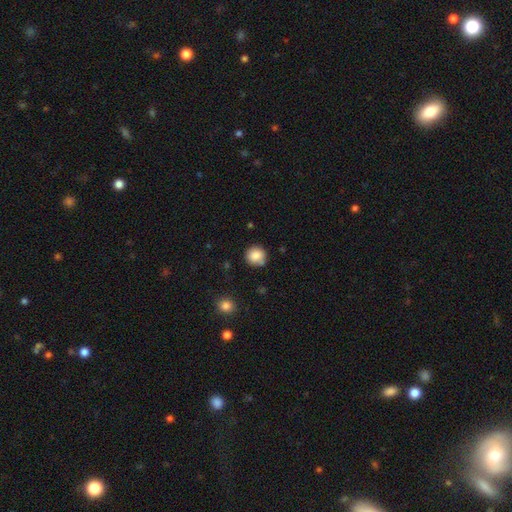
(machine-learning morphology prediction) This appears to be a smooth galaxy with no disk features (85%) that is round (91%). Merging: none (81%).